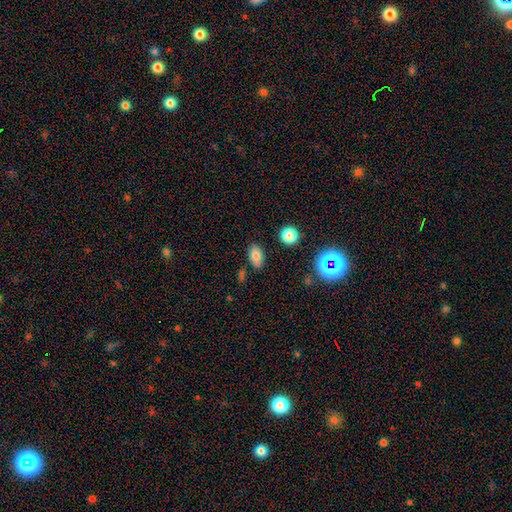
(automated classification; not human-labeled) Overall: smooth (76%). How rounded: in between (88%). Merging: none (81%).